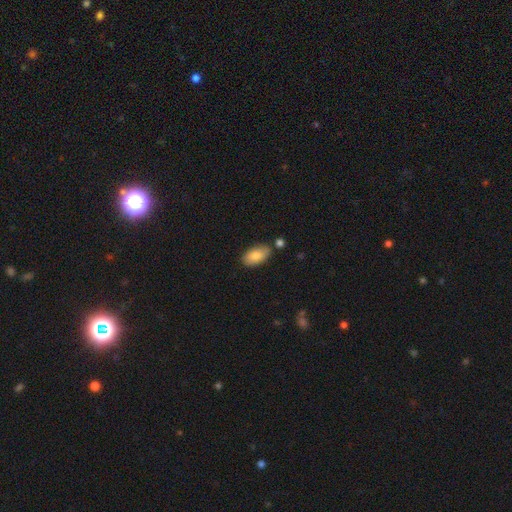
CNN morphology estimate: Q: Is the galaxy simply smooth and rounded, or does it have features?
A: smooth — 84%.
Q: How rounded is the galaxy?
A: in between — 94%.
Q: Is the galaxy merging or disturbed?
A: none — 77%.